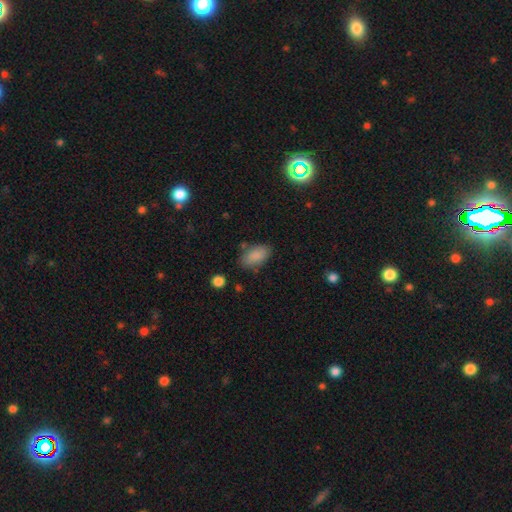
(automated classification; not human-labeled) The model was most divided on "merging": none: 74%, minor disturbance: 17%, major disturbance: 5%, merger: 4%. More confident: how rounded — in between (92%); smooth or featured — smooth (87%).